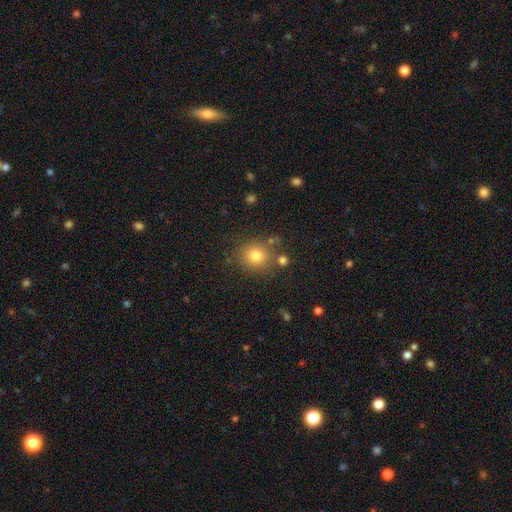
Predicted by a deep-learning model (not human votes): Smooth or featured?
  - smooth: 78% *
  - star or artifact: 14%
  - featured or disk: 8%
How rounded?
  - round: 86% *
  - in between: 13%
  - cigar-shaped: 1%
Merging?
  - none: 78% *
  - minor disturbance: 11%
  - merger: 7%
  - major disturbance: 4%